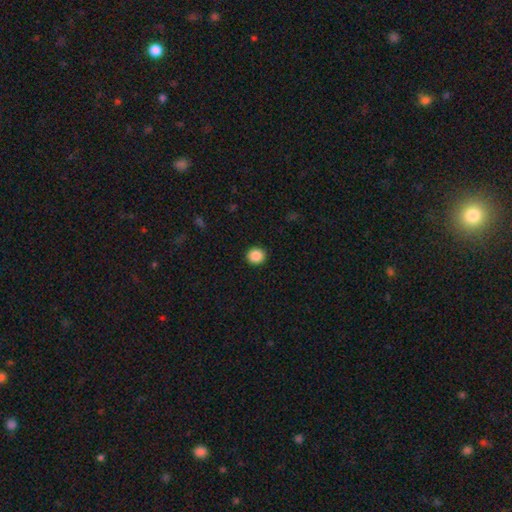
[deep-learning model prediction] A smooth galaxy with no disk features (88%) that is round (88%).

Vote fractions:
- Smooth or featured? smooth: 88% / star or artifact: 9% / featured or disk: 3%
- How rounded? round: 88% / in between: 11% / cigar-shaped: 1%
- Merging? none: 93% / minor disturbance: 5% / major disturbance: 2% / merger: 1%